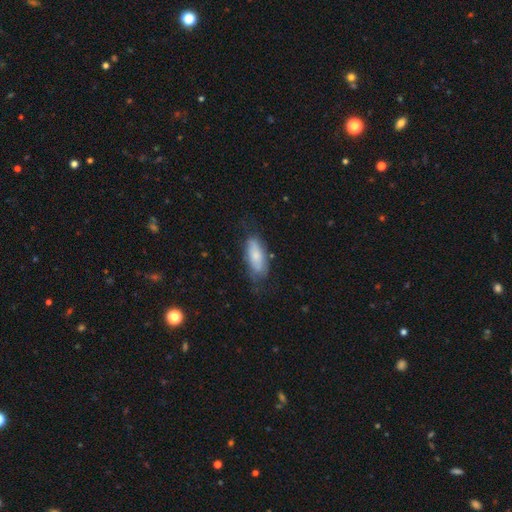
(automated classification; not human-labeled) Smooth or featured? Predicted: smooth (p=0.68). How rounded? Predicted: in between (p=0.78). Merging? Predicted: none (p=0.60).